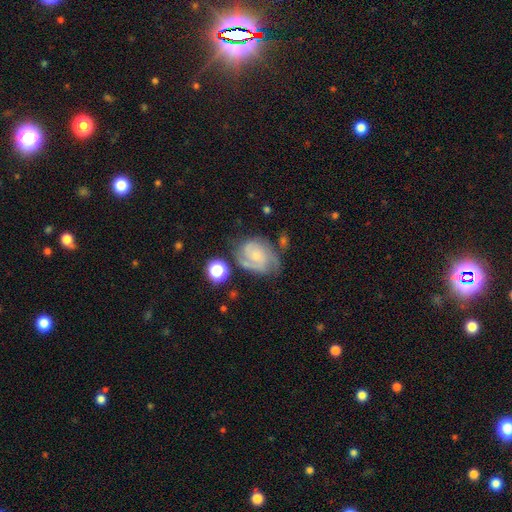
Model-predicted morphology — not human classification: This is likely a featured or disk galaxy (75%). It is clearly not viewed edge-on (97%). Bar: likely no (68%). Spiral arm pattern: clearly yes (93%). Spiral arm count: possibly 2 (52%). Spiral winding: possibly tight (48%). Central bulge: likely small (64%). Merging: possibly none (56%).